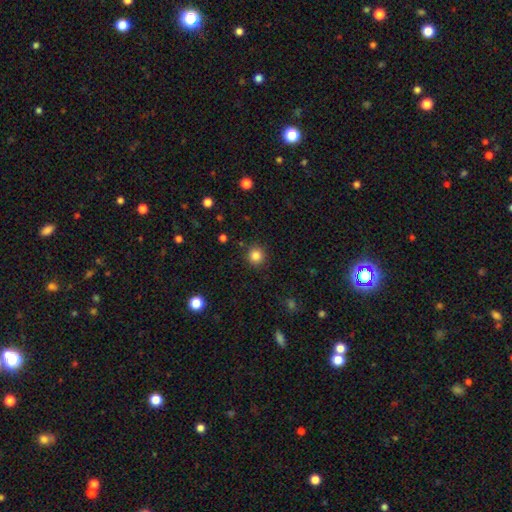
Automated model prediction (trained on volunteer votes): Q: Smooth or featured?
A: smooth (84%); runner-up: star or artifact (12%)
Q: How rounded?
A: round (94%); runner-up: in between (5%)
Q: Merging?
A: none (90%); runner-up: minor disturbance (6%)